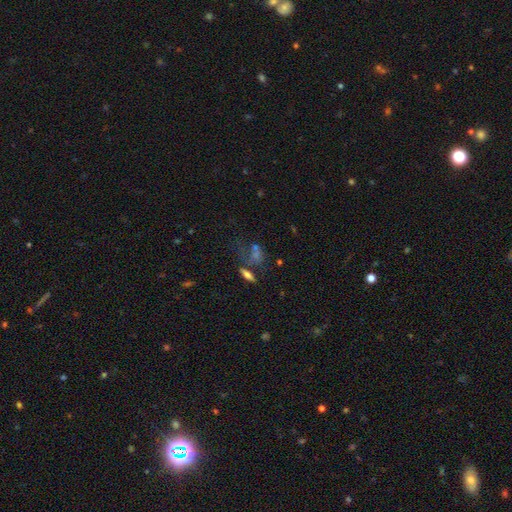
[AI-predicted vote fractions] This is marginally a smooth galaxy (41%). Merging: marginally none (38%).